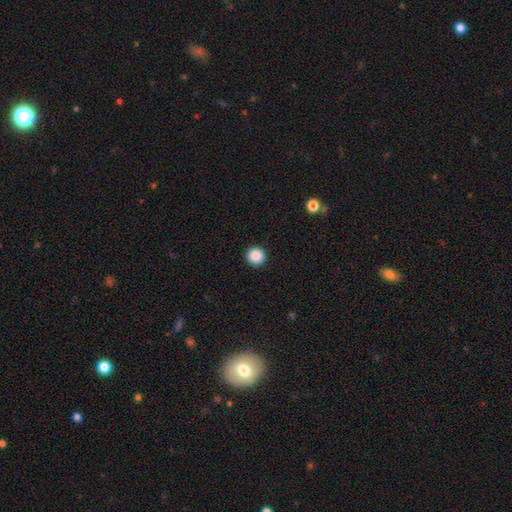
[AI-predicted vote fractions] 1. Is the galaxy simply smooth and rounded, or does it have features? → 88% smooth, 9% star or artifact, 2% featured or disk.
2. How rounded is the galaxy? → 95% round, 4% in between, 1% cigar-shaped.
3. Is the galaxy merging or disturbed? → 93% none, 4% minor disturbance, 2% major disturbance, 1% merger.